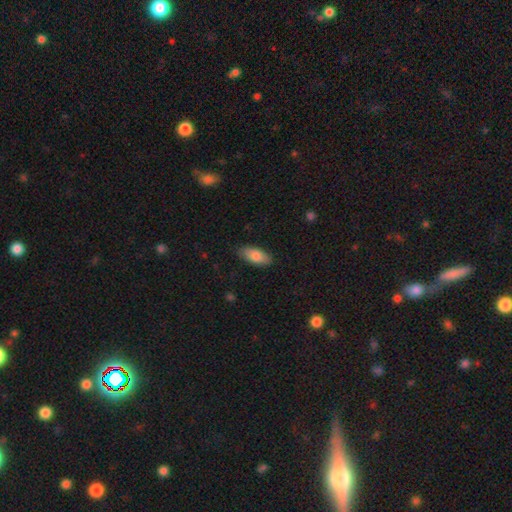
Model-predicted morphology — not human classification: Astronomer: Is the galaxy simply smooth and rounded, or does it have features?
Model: smooth — 82%.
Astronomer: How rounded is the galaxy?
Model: in between — 85%.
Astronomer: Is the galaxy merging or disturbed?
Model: none — 85%.